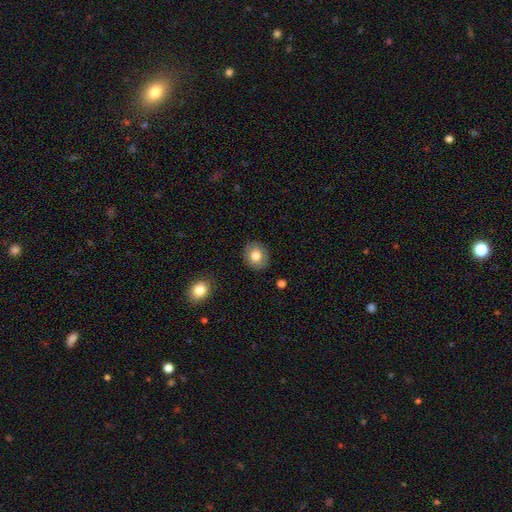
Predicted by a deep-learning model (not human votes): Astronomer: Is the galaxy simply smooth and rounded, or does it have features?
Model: smooth — 78%.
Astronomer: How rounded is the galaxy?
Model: round — 66%.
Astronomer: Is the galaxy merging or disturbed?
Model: none — 87%.